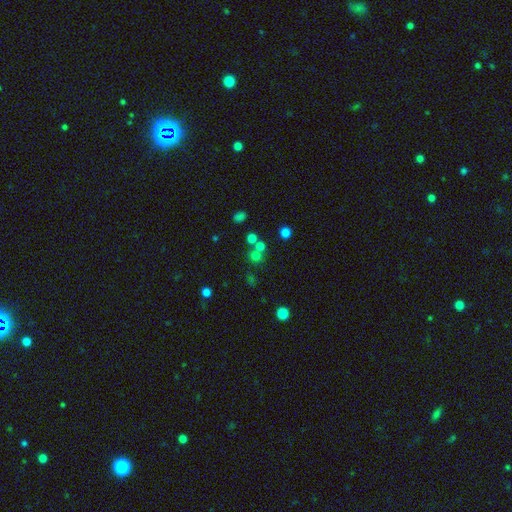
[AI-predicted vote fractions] A smooth galaxy with no disk features (63%) that is round (87%).

Vote fractions:
- Smooth or featured? smooth: 63% / star or artifact: 26% / featured or disk: 11%
- How rounded? round: 87% / in between: 12% / cigar-shaped: 1%
- Merging? none: 60% / merger: 30% / minor disturbance: 7% / major disturbance: 4%